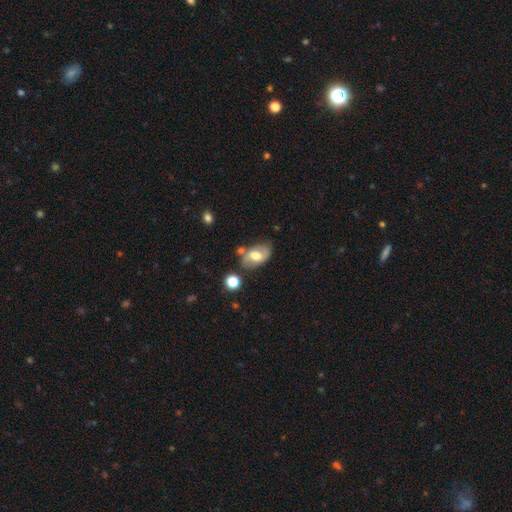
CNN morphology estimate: smooth-or-featured: featured or disk: 46% | smooth: 45% | star or artifact: 8%
  merging: none: 63% | minor disturbance: 21% | merger: 9% | major disturbance: 7%